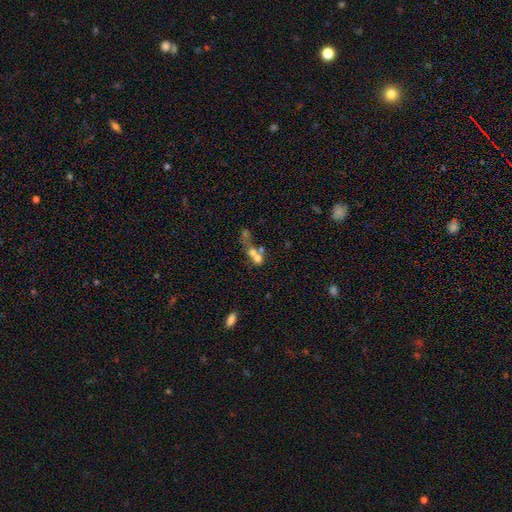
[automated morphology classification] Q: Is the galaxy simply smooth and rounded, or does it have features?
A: smooth — 54%.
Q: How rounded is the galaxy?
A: round — 66%.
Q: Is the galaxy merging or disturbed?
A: merger — 63%.